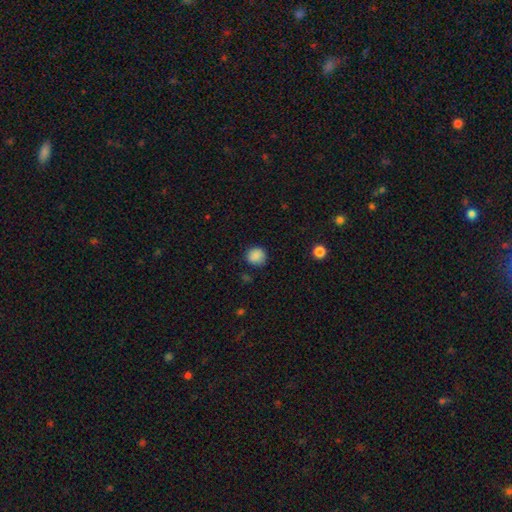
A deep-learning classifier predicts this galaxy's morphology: smooth_or_featured: smooth (p=0.87) [alt: star or artifact p=0.09]
how_rounded: round (p=0.86) [alt: in between p=0.13]
merging: none (p=0.82) [alt: minor disturbance p=0.14]